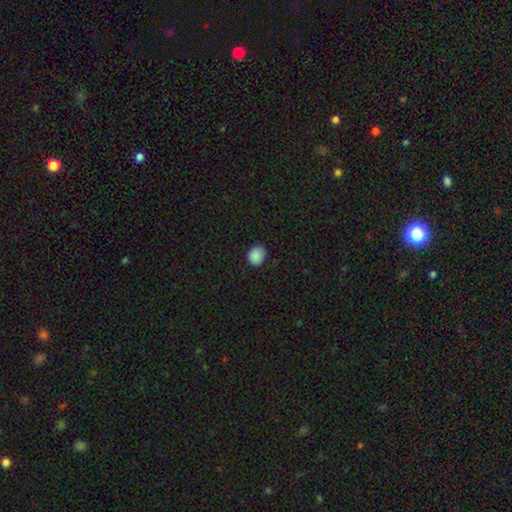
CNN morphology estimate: A smooth galaxy with no disk features (88%) that is round (68%).

Vote fractions:
- Smooth or featured? smooth: 88% / star or artifact: 9% / featured or disk: 3%
- How rounded? round: 68% / in between: 31% / cigar-shaped: 1%
- Merging? none: 84% / minor disturbance: 13% / major disturbance: 2% / merger: 1%